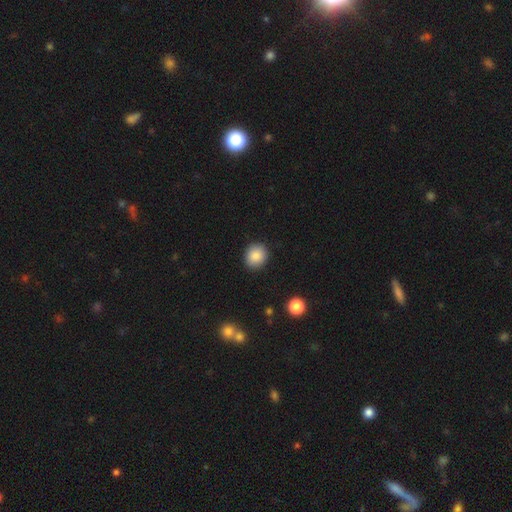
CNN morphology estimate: A smooth galaxy with no disk features (86%) that is round (78%). Merging: none (90%).